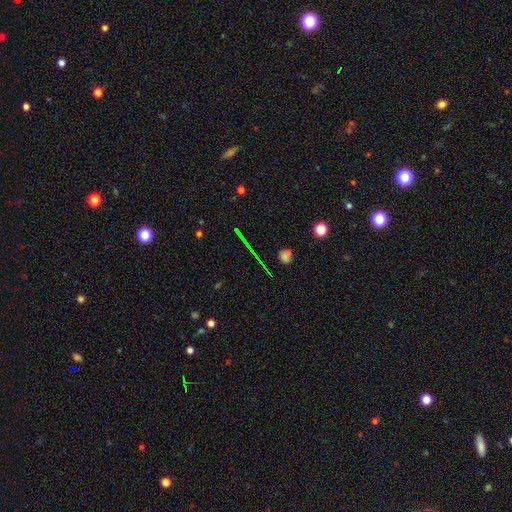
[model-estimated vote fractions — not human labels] smooth-or-featured: star or artifact: 64% | featured or disk: 18% | smooth: 18%